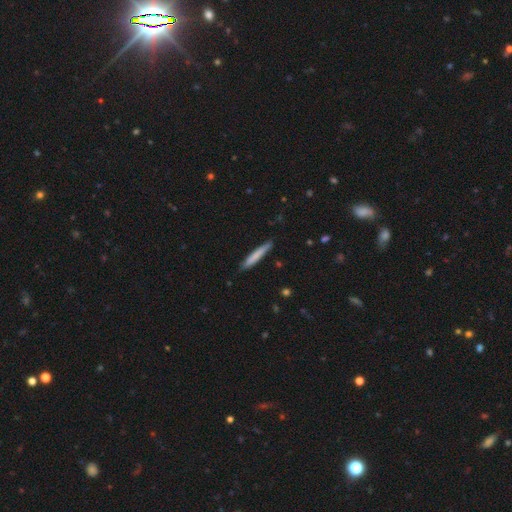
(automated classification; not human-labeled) Smooth or featured? smooth (73%)
How rounded? cigar-shaped (95%)
Merging? none (84%)